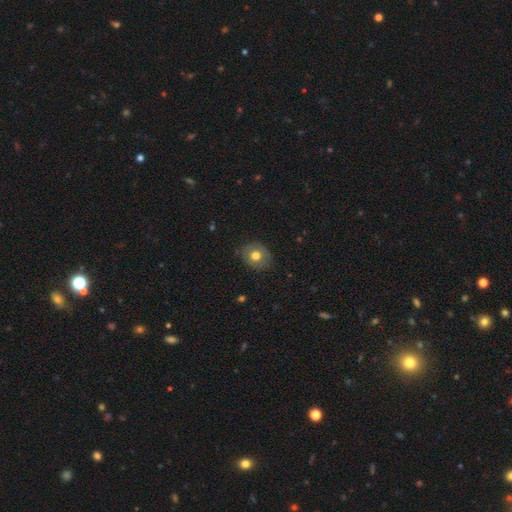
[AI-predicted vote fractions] Q: Smooth or featured?
A: smooth (70%); runner-up: featured or disk (21%)
Q: How rounded?
A: round (63%); runner-up: in between (36%)
Q: Merging?
A: none (85%); runner-up: minor disturbance (11%)